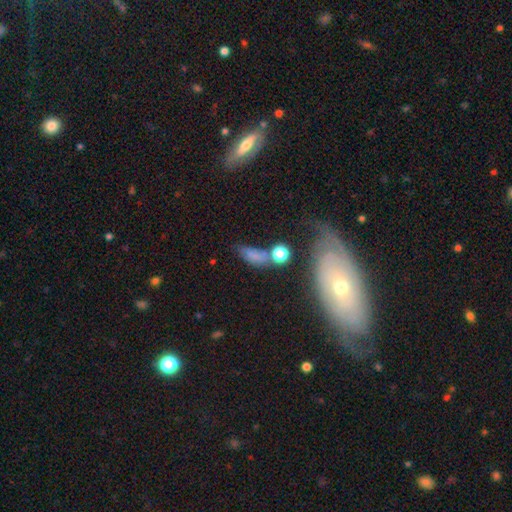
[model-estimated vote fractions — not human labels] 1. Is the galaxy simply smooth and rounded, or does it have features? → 60% smooth, 20% star or artifact, 20% featured or disk.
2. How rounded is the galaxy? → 64% in between, 20% round, 16% cigar-shaped.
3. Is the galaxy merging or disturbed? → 41% none, 22% minor disturbance, 18% merger, 18% major disturbance.